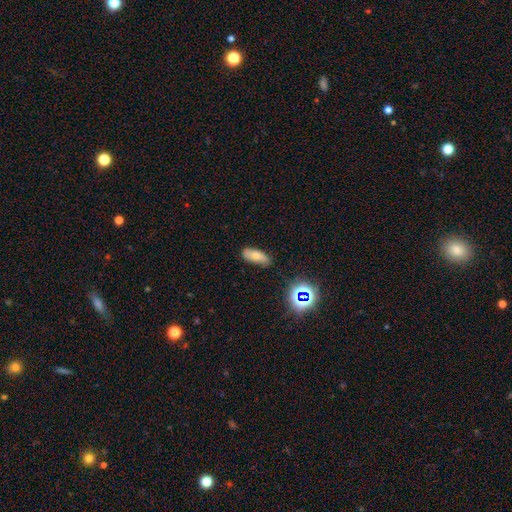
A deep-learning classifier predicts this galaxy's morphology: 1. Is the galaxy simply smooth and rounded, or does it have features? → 69% smooth, 17% featured or disk, 13% star or artifact.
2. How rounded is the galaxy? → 75% in between, 21% cigar-shaped, 4% round.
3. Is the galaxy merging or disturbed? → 76% none, 18% minor disturbance, 4% major disturbance, 2% merger.